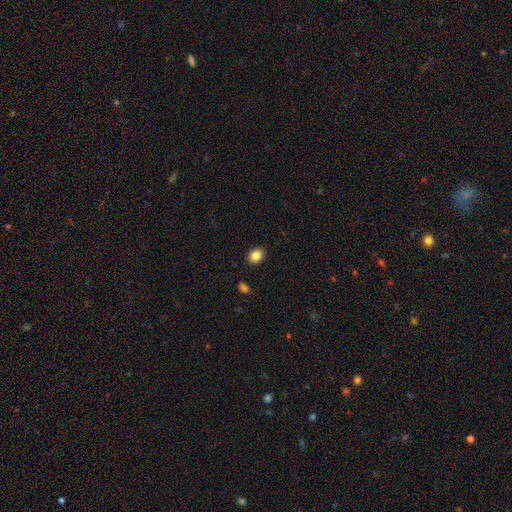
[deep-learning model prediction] A smooth galaxy with no disk features (86%) that is in between round and cigar-shaped (58%).

Vote fractions:
- Smooth or featured? smooth: 86% / star or artifact: 9% / featured or disk: 5%
- How rounded? in between: 58% / round: 41% / cigar-shaped: 1%
- Merging? none: 89% / minor disturbance: 8% / major disturbance: 2% / merger: 1%